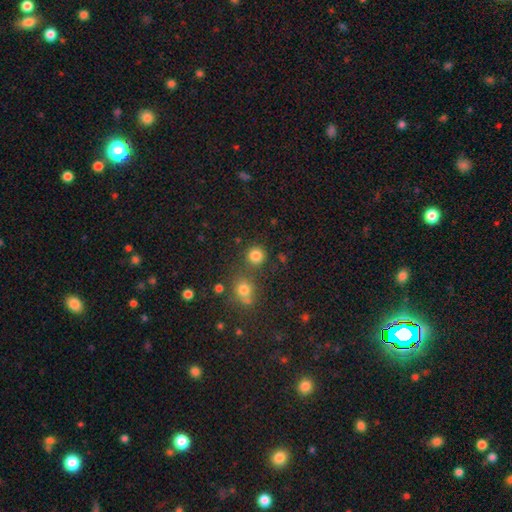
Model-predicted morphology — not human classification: smooth 81%, star or artifact 14%, featured or disk 5%. Down the decision tree: how rounded — round (92%); merging — none (78%).